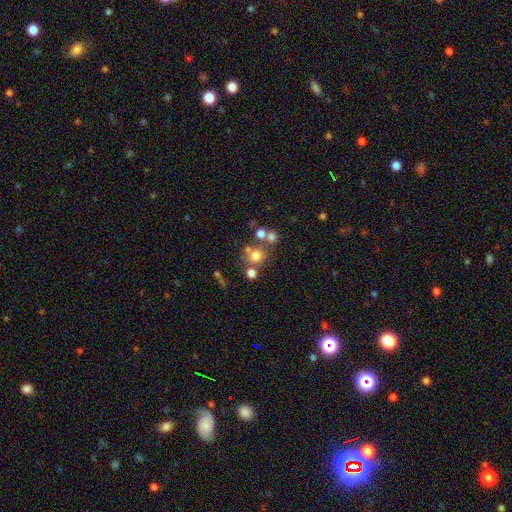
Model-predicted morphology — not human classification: Smooth or featured? smooth (68%)
How rounded? round (87%)
Merging? none (60%)